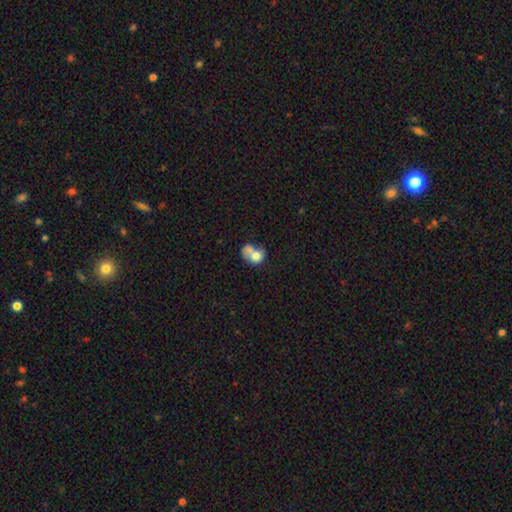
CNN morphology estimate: smooth-or-featured: smooth: 67% | featured or disk: 25% | star or artifact: 8%
  how-rounded: in between: 51% | round: 48% | cigar-shaped: 1%
  merging: merger: 62% | none: 17% | major disturbance: 11% | minor disturbance: 10%